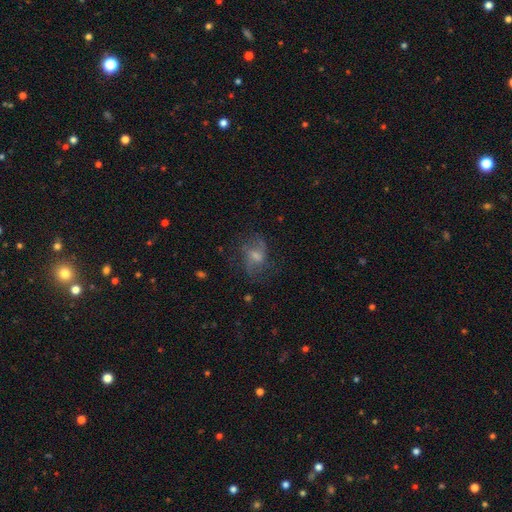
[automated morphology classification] Smooth or featured? Predicted: featured or disk (p=0.59). Edge-on disk? Predicted: no (p=0.96). Bar? Predicted: no (p=0.46). Spiral arms? Predicted: yes (p=0.79). Bulge size? Predicted: moderate (p=0.41). Merging? Predicted: none (p=0.60).